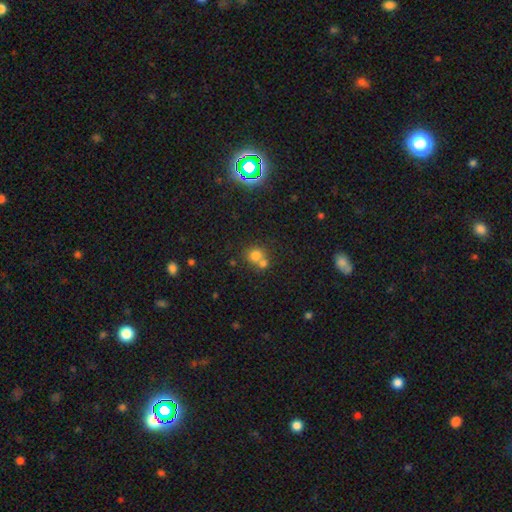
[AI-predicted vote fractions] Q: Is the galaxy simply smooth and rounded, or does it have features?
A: smooth — 75%.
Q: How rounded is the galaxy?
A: round — 81%.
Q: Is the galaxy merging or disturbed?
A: merger — 48%.